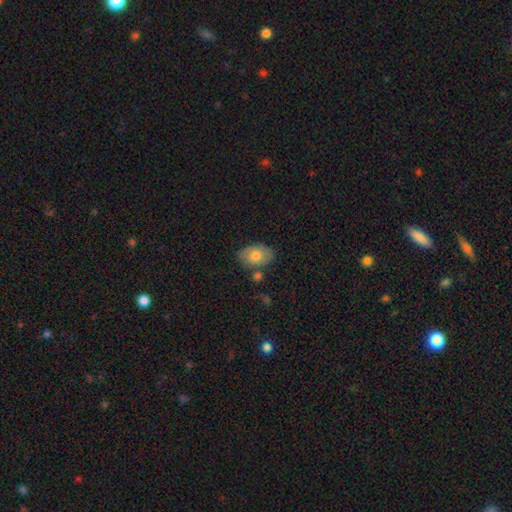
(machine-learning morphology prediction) Smooth or featured?
  - smooth: 75% *
  - featured or disk: 18%
  - star or artifact: 7%
How rounded?
  - in between: 83% *
  - round: 16%
  - cigar-shaped: 1%
Merging?
  - none: 67% *
  - minor disturbance: 19%
  - merger: 9%
  - major disturbance: 4%